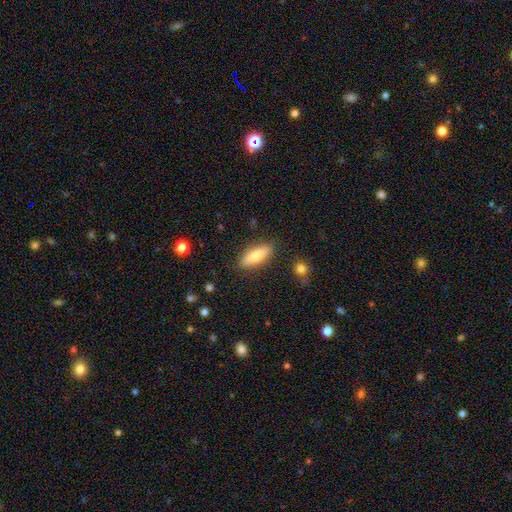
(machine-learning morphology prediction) Smooth or featured?
  - smooth: 73% *
  - featured or disk: 21%
  - star or artifact: 6%
How rounded?
  - in between: 58% *
  - cigar-shaped: 40%
  - round: 2%
Merging?
  - none: 85% *
  - minor disturbance: 11%
  - major disturbance: 3%
  - merger: 2%